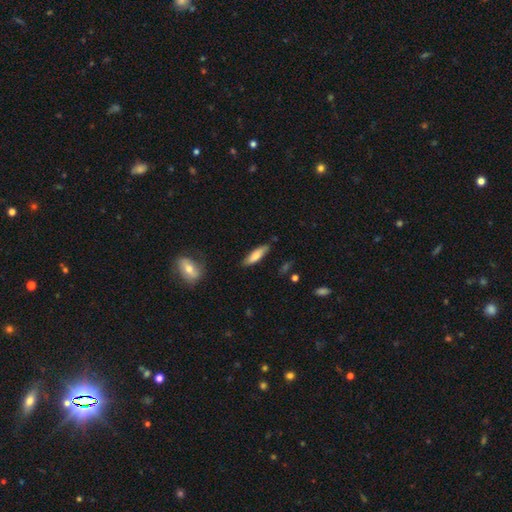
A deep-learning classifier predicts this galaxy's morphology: A smooth galaxy with no disk features (75%) that is cigar-shaped (61%).

Vote fractions:
- Smooth or featured? smooth: 75% / featured or disk: 19% / star or artifact: 6%
- How rounded? cigar-shaped: 61% / in between: 38% / round: 2%
- Merging? none: 81% / minor disturbance: 14% / major disturbance: 3% / merger: 2%